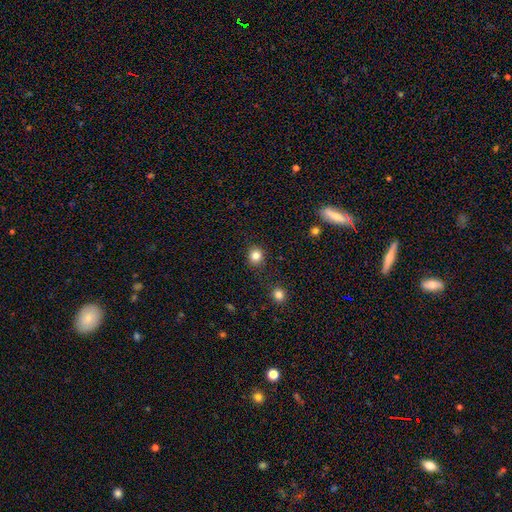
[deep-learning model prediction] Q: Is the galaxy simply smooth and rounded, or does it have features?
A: smooth — 84%.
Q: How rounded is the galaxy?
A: round — 85%.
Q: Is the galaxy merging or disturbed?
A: none — 88%.